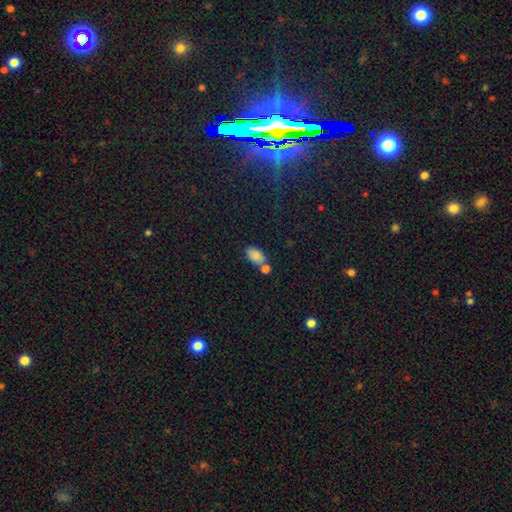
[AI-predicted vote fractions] Smooth or featured? smooth (83%)
How rounded? in between (92%)
Merging? none (51%)